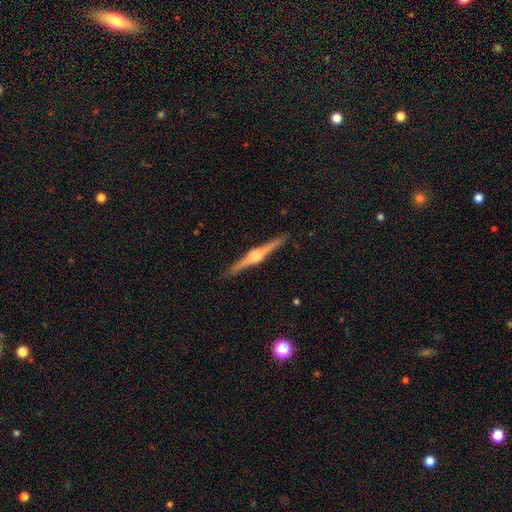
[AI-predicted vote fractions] Smooth or featured? featured or disk (84%)
Edge-on disk? yes (99%)
Edge-on bulge? rounded (93%)
Merging? none (92%)